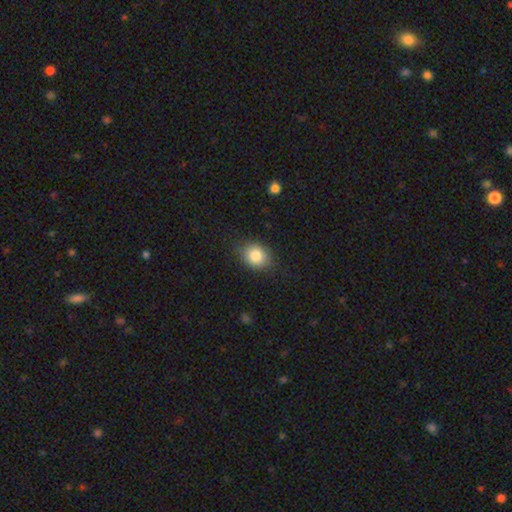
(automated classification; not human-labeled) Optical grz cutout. It shows a smooth galaxy with no disk features (83%) that is round (53%). Merging: none (83%).